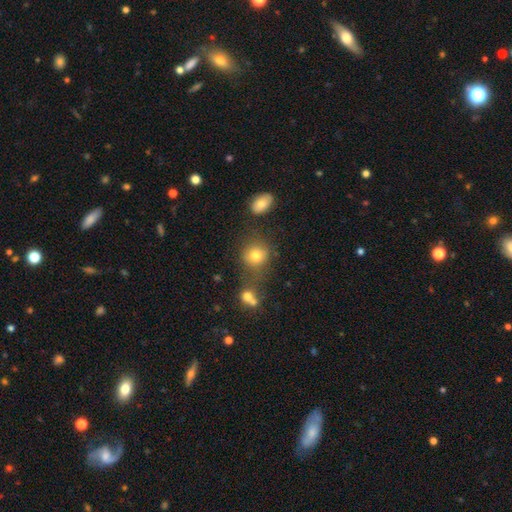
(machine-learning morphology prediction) Smooth or featured? smooth (77%)
How rounded? round (81%)
Merging? none (63%)